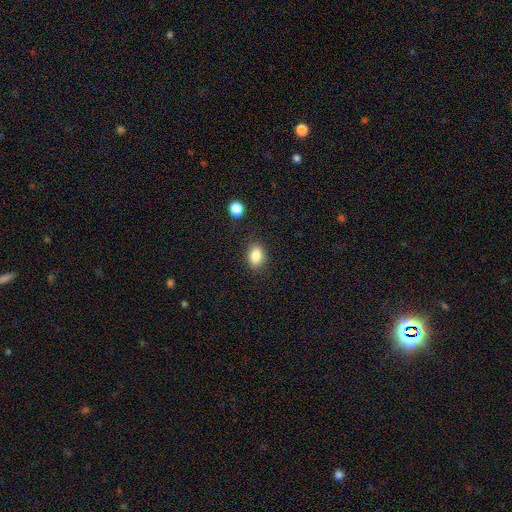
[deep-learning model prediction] Morphology: type=smooth (85%); roundness=in between (77%); merging=none (85%).